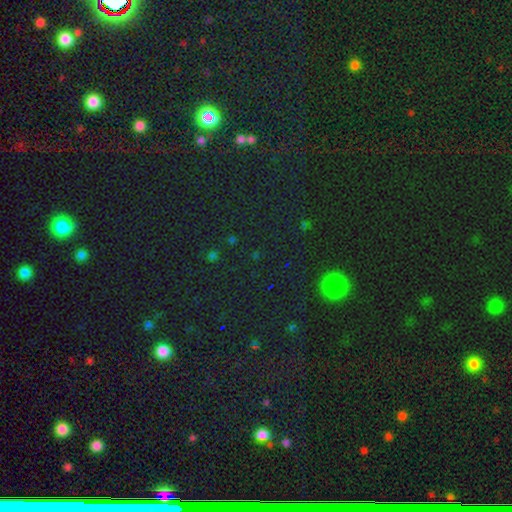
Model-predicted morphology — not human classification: This is likely a star or artifact rather than a galaxy (61%).